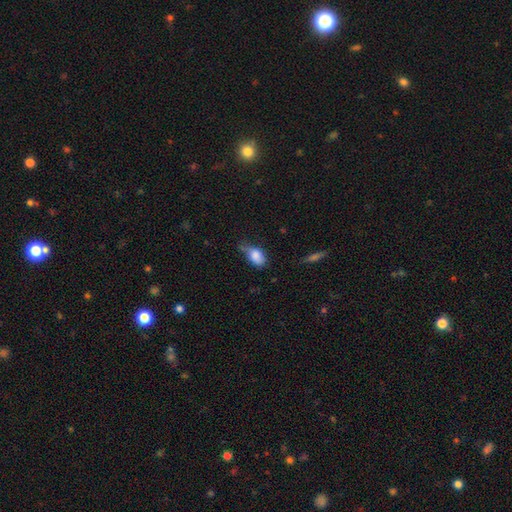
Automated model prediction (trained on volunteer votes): Smooth or featured? Predicted: smooth (p=0.83). How rounded? Predicted: in between (p=0.86). Merging? Predicted: minor disturbance (p=0.45).